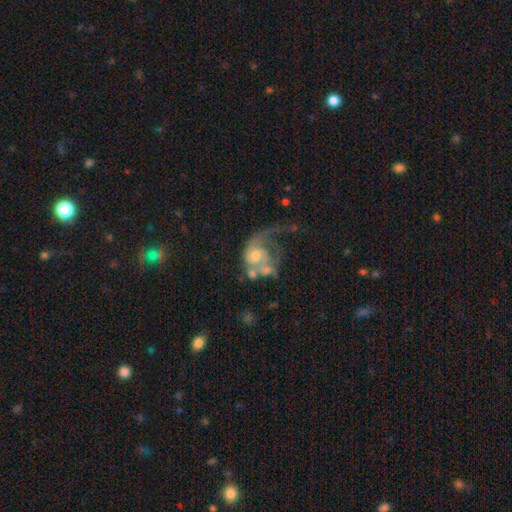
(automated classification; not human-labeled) Morphology: type=featured or disk (78%); edge-on=no (98%); bar=no (69%); spiral arms=yes (88%); winding=loose (40%); arm count=1 (47%); bulge=moderate (57%); merging=major disturbance (40%).